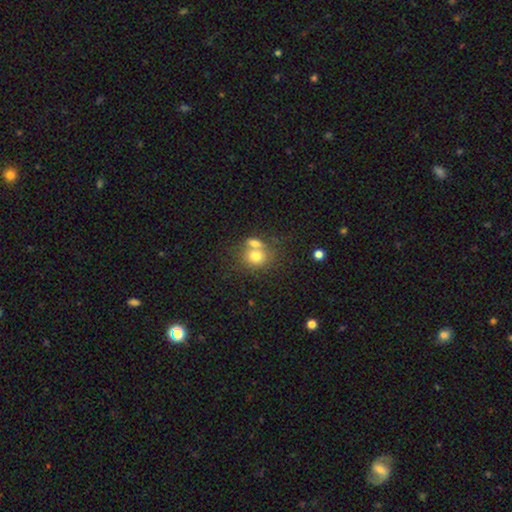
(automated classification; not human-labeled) Q: Smooth or featured?
A: smooth (74%); runner-up: featured or disk (16%)
Q: How rounded?
A: round (67%); runner-up: in between (32%)
Q: Merging?
A: merger (49%); runner-up: none (37%)